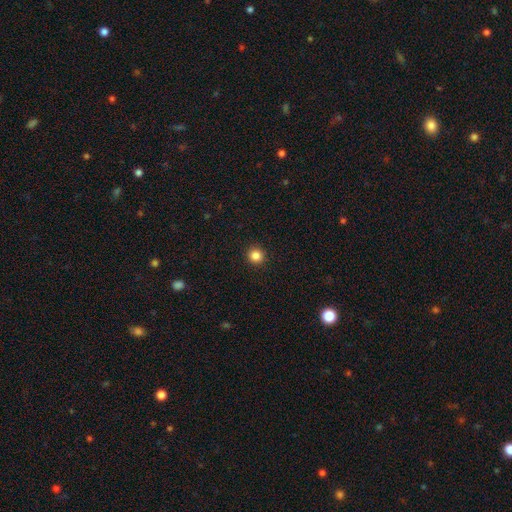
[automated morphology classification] This appears to be a smooth galaxy with no disk features (85%) that is round (94%). Merging: none (93%).